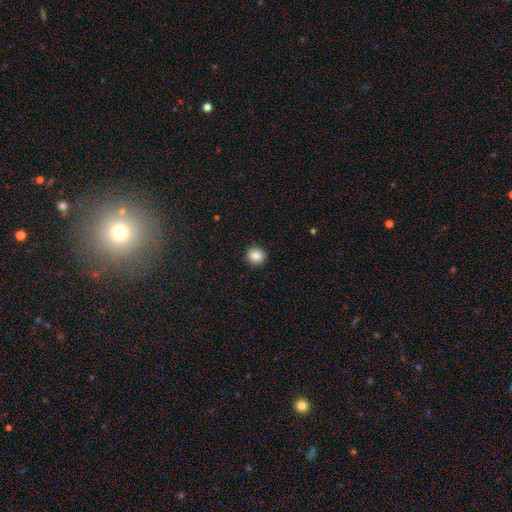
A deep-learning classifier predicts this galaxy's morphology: type=smooth (85%); roundness=round (92%); merging=none (92%).